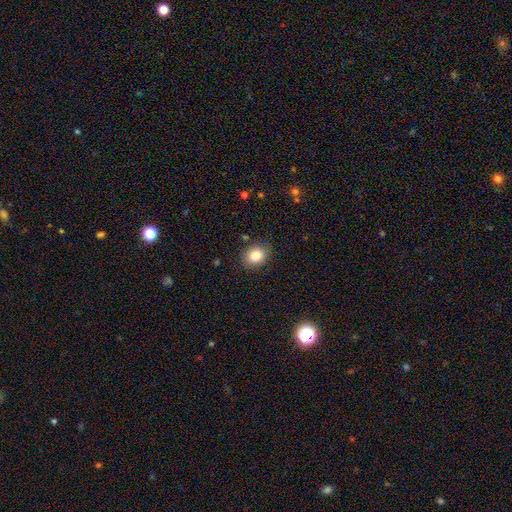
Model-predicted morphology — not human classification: Overall: smooth (84%). How rounded: in between (52%; round 47%). Merging: none (84%).